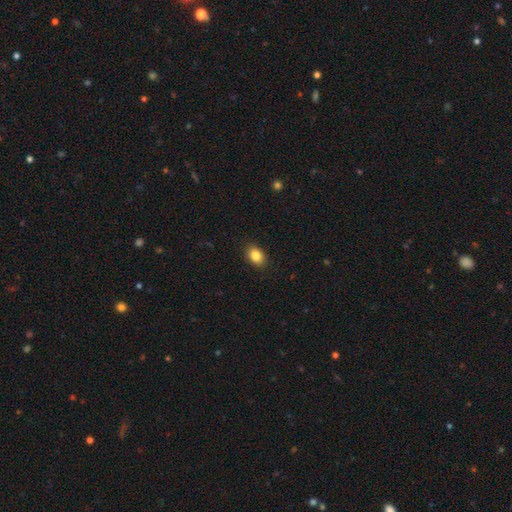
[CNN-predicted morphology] This is clearly a smooth galaxy (85%). How rounded: likely in between (73%). Merging: clearly none (89%).